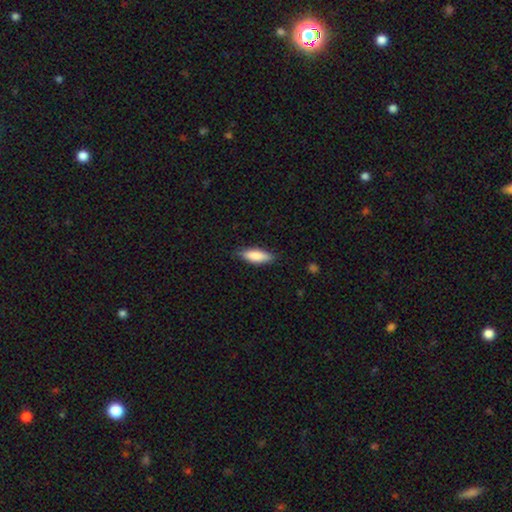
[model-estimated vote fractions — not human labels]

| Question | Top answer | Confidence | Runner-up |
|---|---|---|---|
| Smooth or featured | smooth | 82% | featured or disk (12%) |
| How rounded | in between | 59% | cigar-shaped (39%) |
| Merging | none | 82% | minor disturbance (15%) |